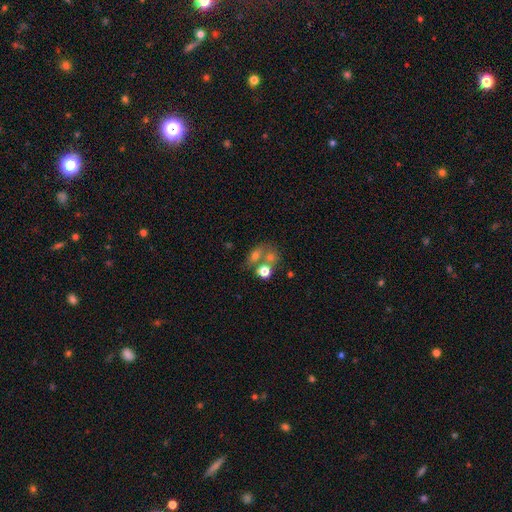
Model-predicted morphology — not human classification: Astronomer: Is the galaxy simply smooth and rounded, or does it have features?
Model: smooth — 63%.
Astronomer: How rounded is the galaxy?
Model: in between — 51% (runner-up: round, 46%).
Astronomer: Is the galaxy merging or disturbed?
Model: merger — 48% (runner-up: none, 34%).